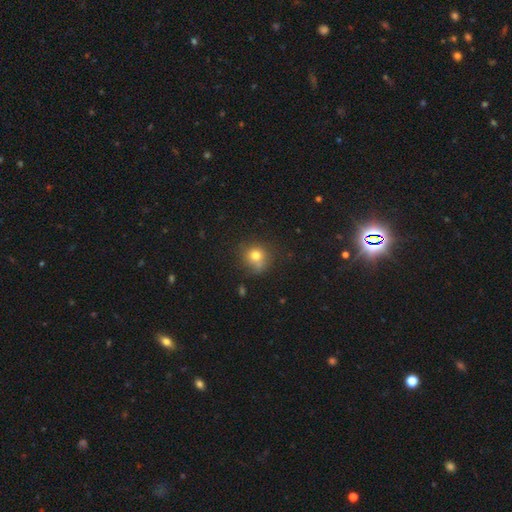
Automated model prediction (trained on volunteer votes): This is likely a smooth galaxy (76%). How rounded: clearly round (87%). Merging: likely none (69%).